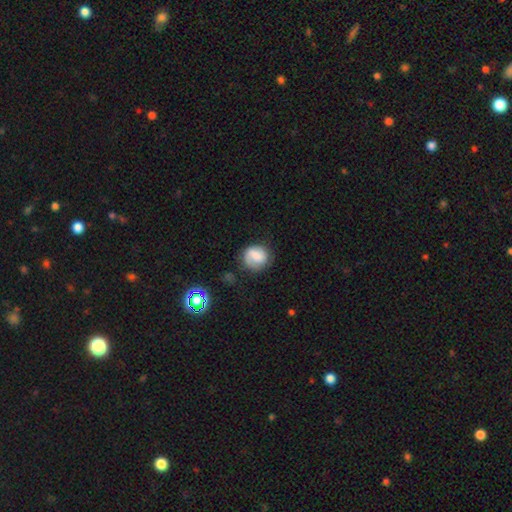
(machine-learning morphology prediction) A smooth galaxy with no disk features (61%) that is round (73%).

Vote fractions:
- Smooth or featured? smooth: 61% / featured or disk: 30% / star or artifact: 9%
- How rounded? round: 73% / in between: 26% / cigar-shaped: 1%
- Merging? none: 61% / minor disturbance: 24% / major disturbance: 13% / merger: 3%